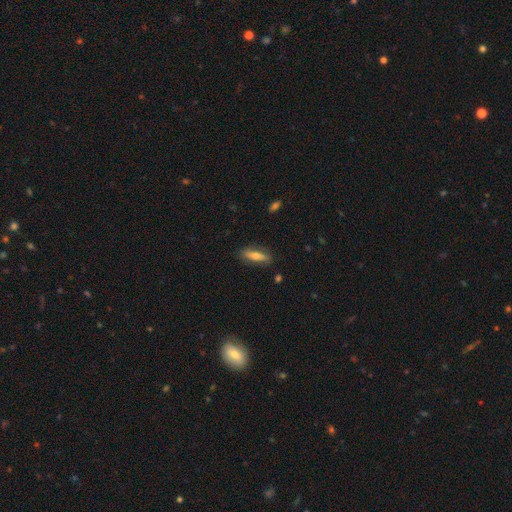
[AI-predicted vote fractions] Smooth or featured: smooth — 59% (featured or disk — 34%)
How rounded: cigar-shaped — 51% (in between — 47%)
Merging: none — 81% (minor disturbance — 14%)